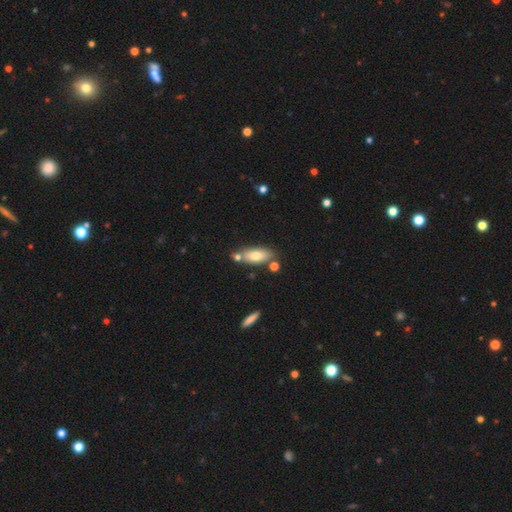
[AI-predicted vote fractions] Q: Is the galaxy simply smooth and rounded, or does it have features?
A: smooth — 72%.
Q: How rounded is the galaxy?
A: in between — 78%.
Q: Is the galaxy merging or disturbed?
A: none — 67%.